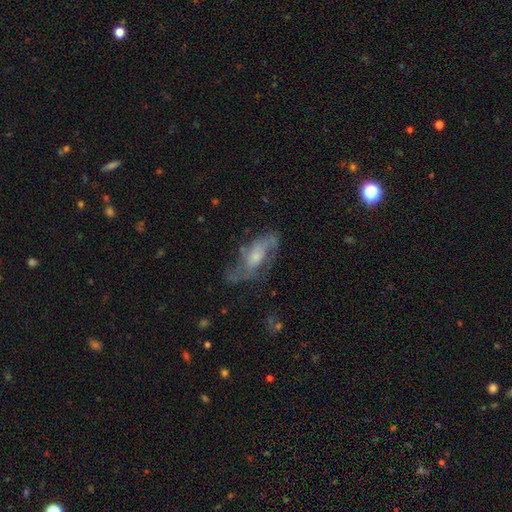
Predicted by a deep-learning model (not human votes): Smooth or featured? featured or disk (71%)
Edge-on disk? no (89%)
Bar? no (60%)
Spiral arms? yes (84%)
Spiral winding? medium (45%)
Spiral arm count? 2 (62%)
Bulge size? moderate (42%)
Merging? none (57%)